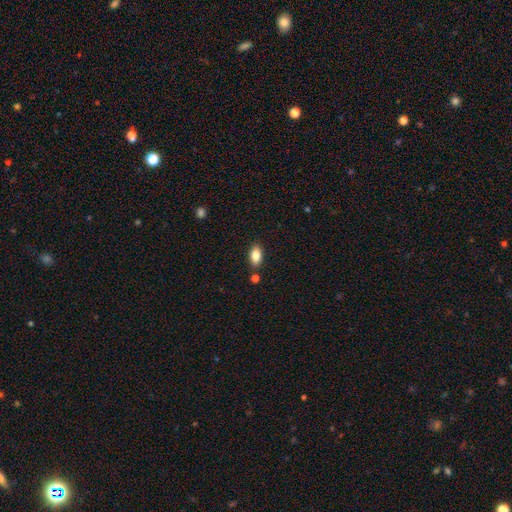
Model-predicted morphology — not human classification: smooth-or-featured: smooth: 85% | star or artifact: 8% | featured or disk: 7%
  how-rounded: in between: 91% | round: 5% | cigar-shaped: 4%
  merging: none: 82% | minor disturbance: 10% | merger: 6% | major disturbance: 2%